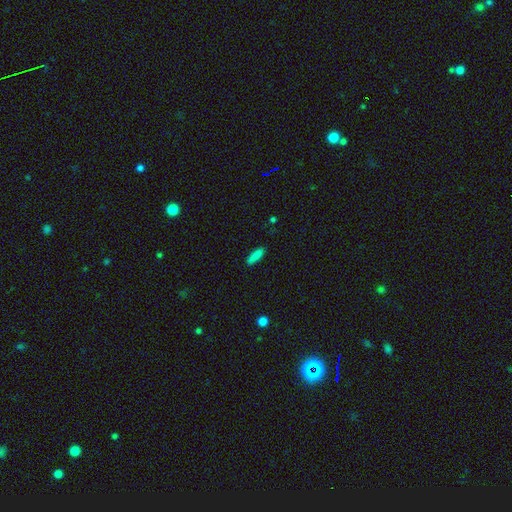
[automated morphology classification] Smooth or featured: smooth — 87% (star or artifact — 8%)
How rounded: cigar-shaped — 61% (in between — 38%)
Merging: none — 86% (minor disturbance — 11%)